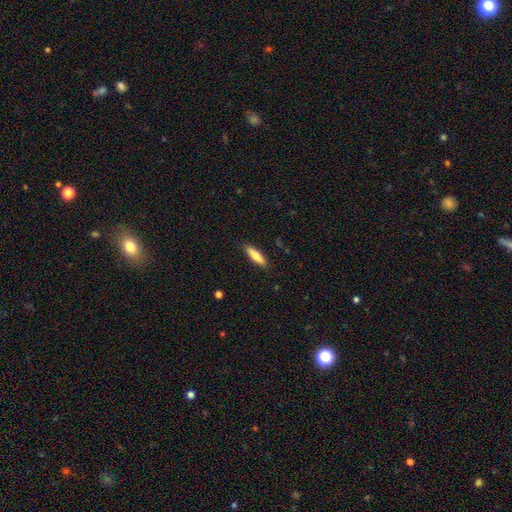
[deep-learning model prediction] A smooth galaxy with no disk features (71%) that is cigar-shaped (69%).

Vote fractions:
- Smooth or featured? smooth: 71% / featured or disk: 23% / star or artifact: 6%
- How rounded? cigar-shaped: 69% / in between: 30% / round: 2%
- Merging? none: 88% / minor disturbance: 9% / major disturbance: 2% / merger: 1%